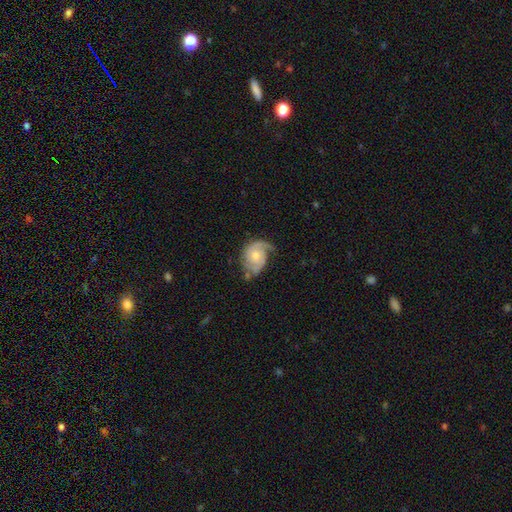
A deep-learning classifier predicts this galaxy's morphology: Smooth or featured? featured or disk (77%)
Edge-on disk? no (97%)
Bar? no (70%)
Spiral arms? yes (94%)
Spiral winding? medium (41%)
Spiral arm count? 2 (61%)
Bulge size? moderate (45%)
Merging? none (48%)